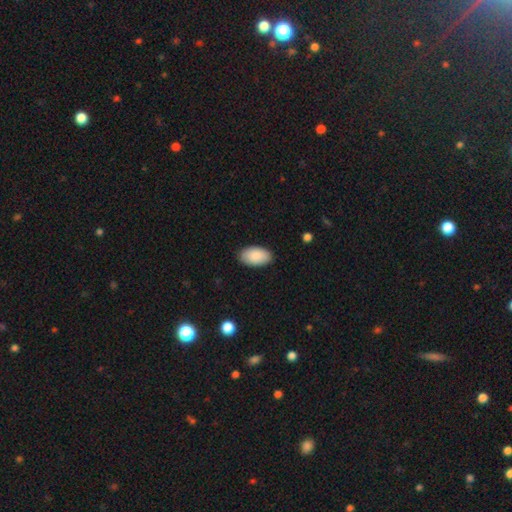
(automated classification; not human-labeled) A smooth galaxy with no disk features (89%) that is in between round and cigar-shaped (96%). Merging: none (88%).